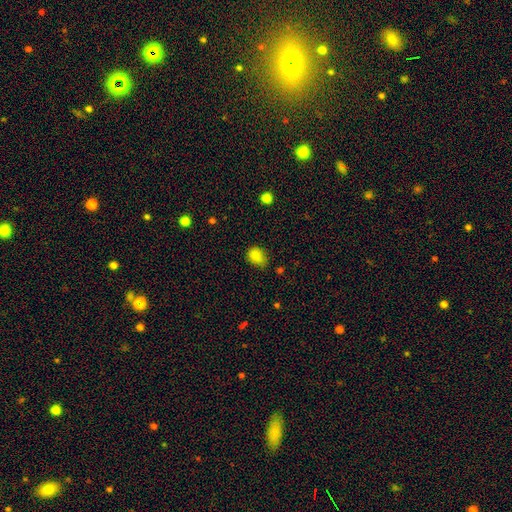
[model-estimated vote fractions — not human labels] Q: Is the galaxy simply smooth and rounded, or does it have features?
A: smooth — 83%.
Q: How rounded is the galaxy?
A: in between — 57%.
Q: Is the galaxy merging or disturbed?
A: none — 58%.